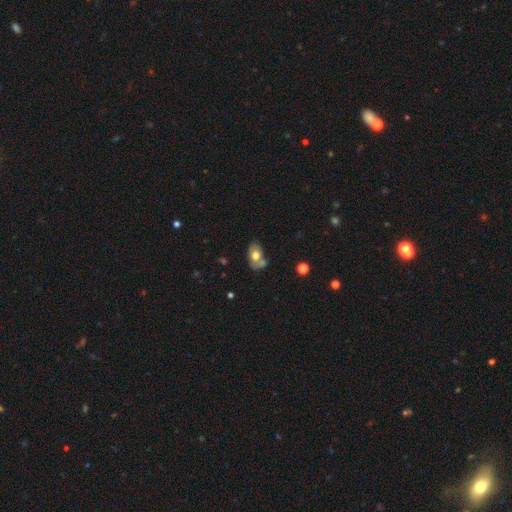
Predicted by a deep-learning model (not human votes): This is likely a smooth galaxy (66%). How rounded: clearly in between (86%). Merging: possibly none (47%).